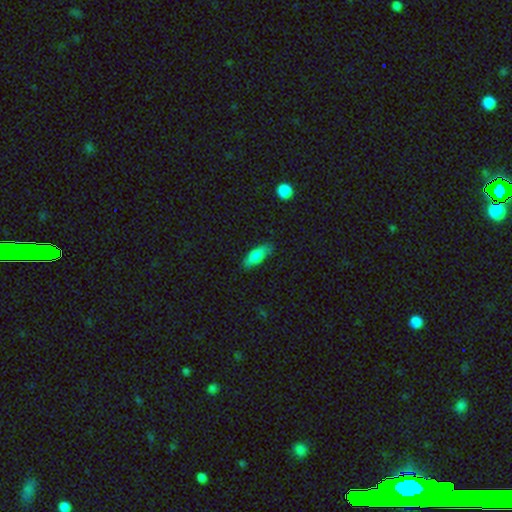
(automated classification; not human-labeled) Smooth or featured? Predicted: smooth (p=0.73). How rounded? Predicted: in between (p=0.65). Merging? Predicted: none (p=0.81).